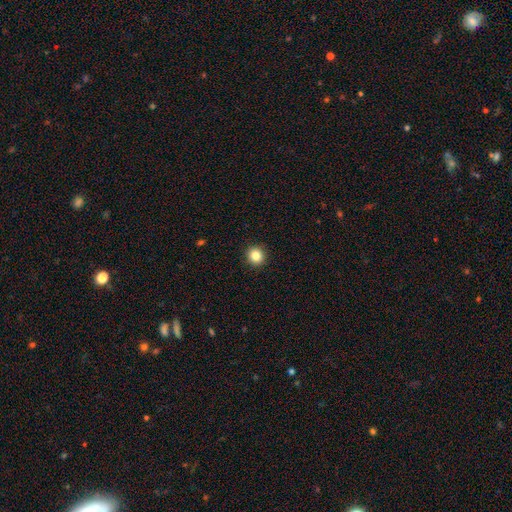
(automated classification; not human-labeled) Overall: smooth (85%). How rounded: round (91%). Merging: none (93%).